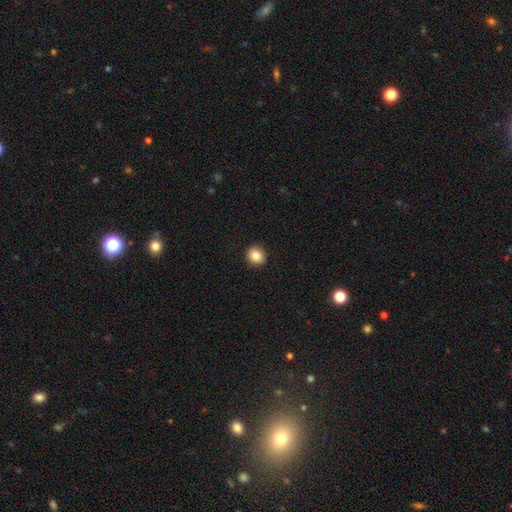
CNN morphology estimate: This is clearly a smooth galaxy (84%). How rounded: clearly round (92%). Merging: clearly none (93%).